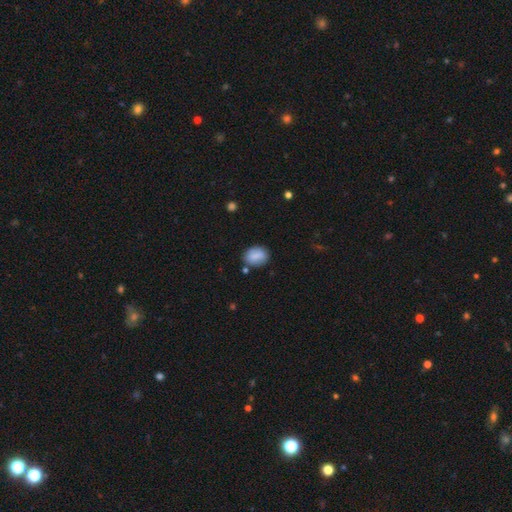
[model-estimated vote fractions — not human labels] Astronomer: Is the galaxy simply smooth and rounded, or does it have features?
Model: smooth — 85%.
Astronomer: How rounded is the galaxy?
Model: in between — 66%.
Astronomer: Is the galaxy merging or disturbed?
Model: none — 77%.